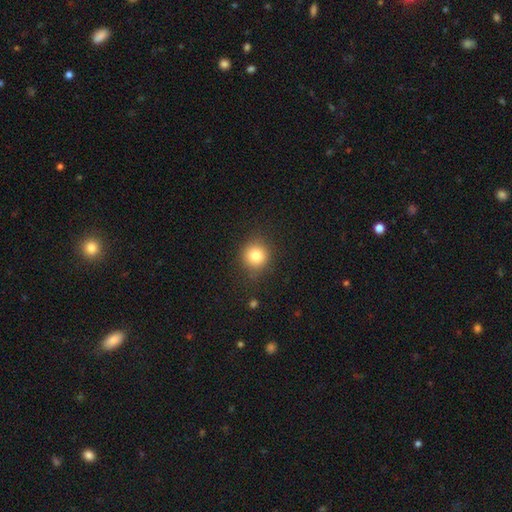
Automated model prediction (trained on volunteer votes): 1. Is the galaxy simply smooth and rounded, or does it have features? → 81% smooth, 12% star or artifact, 8% featured or disk.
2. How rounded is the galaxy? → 90% round, 9% in between, 1% cigar-shaped.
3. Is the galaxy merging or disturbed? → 84% none, 11% minor disturbance, 3% major disturbance, 1% merger.